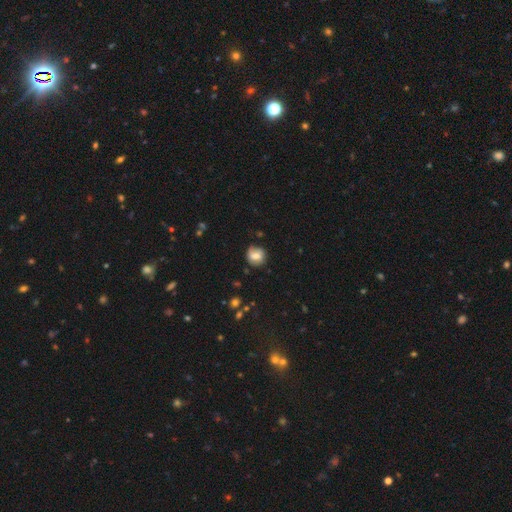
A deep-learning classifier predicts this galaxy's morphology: type=smooth (68%); roundness=round (87%); merging=none (80%).